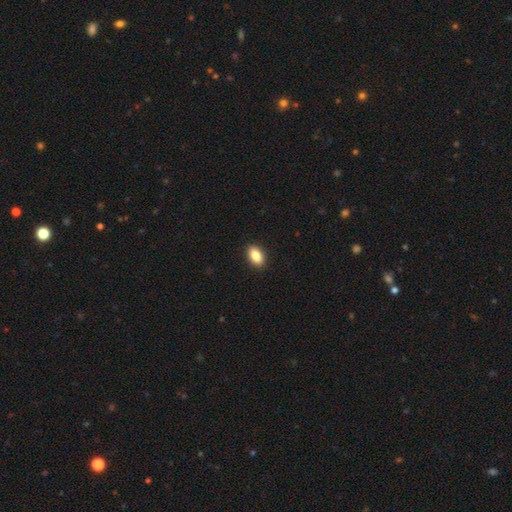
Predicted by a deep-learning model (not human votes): Smooth or featured? smooth (86%)
How rounded? in between (89%)
Merging? none (91%)